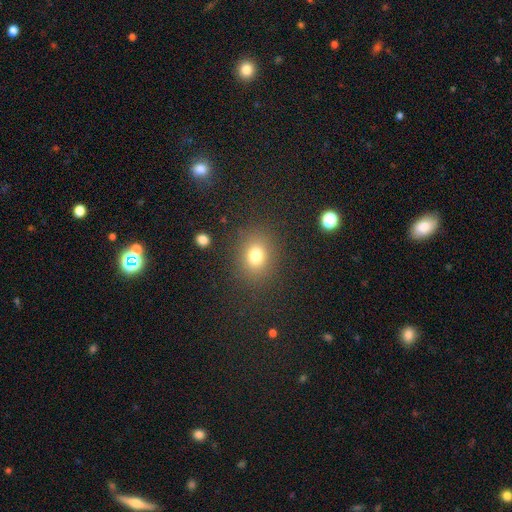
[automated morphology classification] A smooth galaxy with no disk features (77%) that is round (54%). Merging: none (84%).